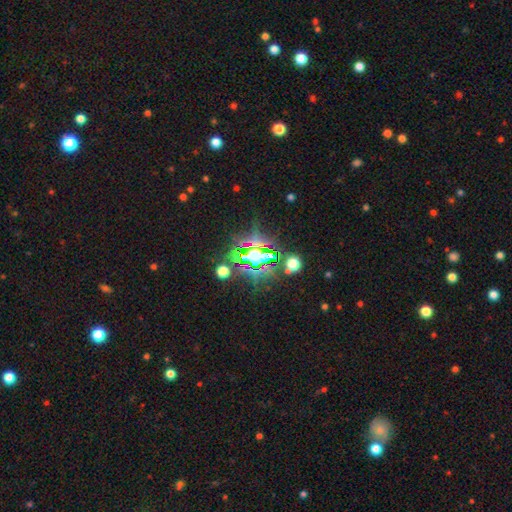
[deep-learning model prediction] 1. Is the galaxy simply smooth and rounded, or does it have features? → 70% star or artifact, 17% smooth, 13% featured or disk.